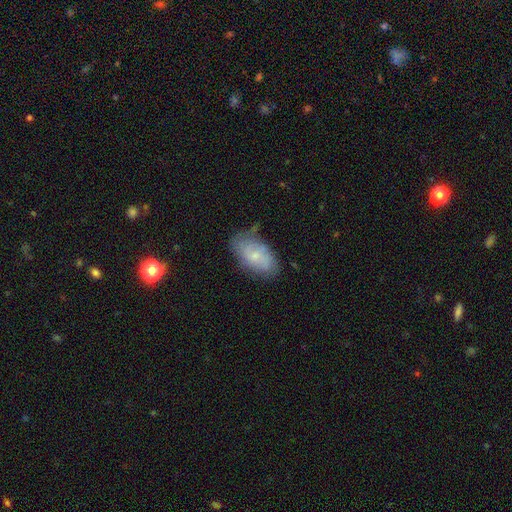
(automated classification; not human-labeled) Q: Smooth or featured?
A: smooth (53%); runner-up: featured or disk (39%)
Q: How rounded?
A: in between (93%); runner-up: round (4%)
Q: Merging?
A: none (63%); runner-up: minor disturbance (27%)